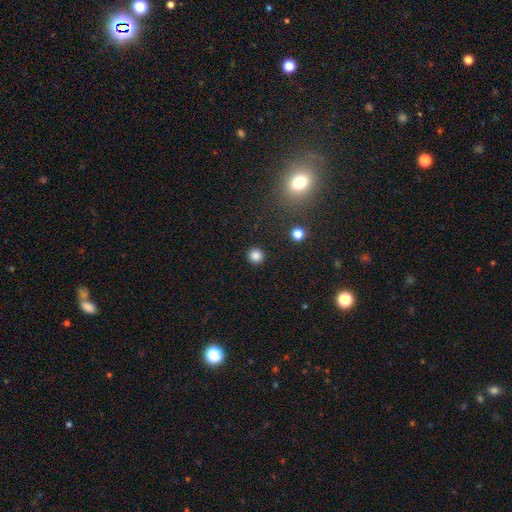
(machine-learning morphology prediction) Smooth or featured: smooth — 84% (star or artifact — 12%)
How rounded: round — 95% (in between — 4%)
Merging: none — 92% (minor disturbance — 5%)